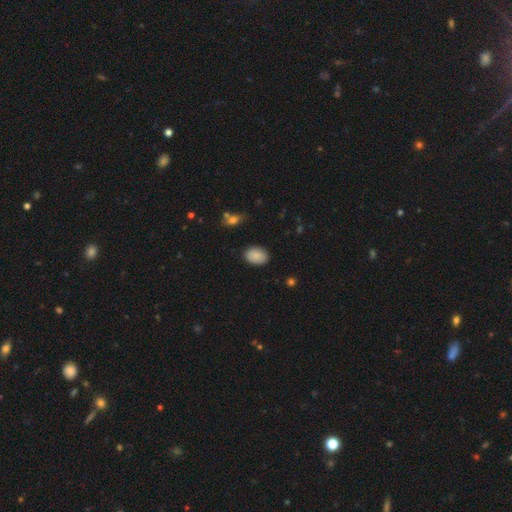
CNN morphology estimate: A smooth galaxy with no disk features (87%) that is in between round and cigar-shaped (82%). Merging: none (86%).